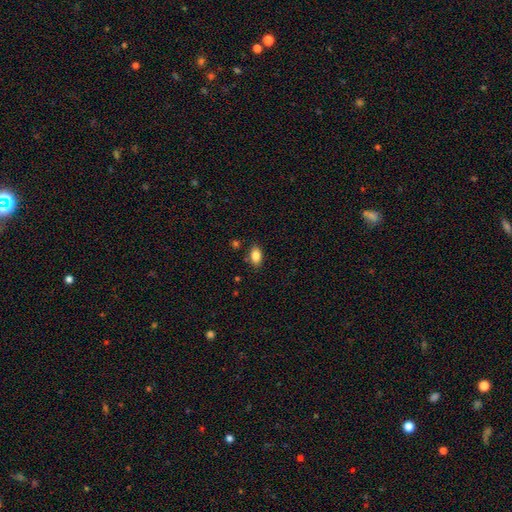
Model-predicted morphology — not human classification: This is clearly a smooth galaxy (85%). How rounded: clearly in between (88%). Merging: clearly none (84%).